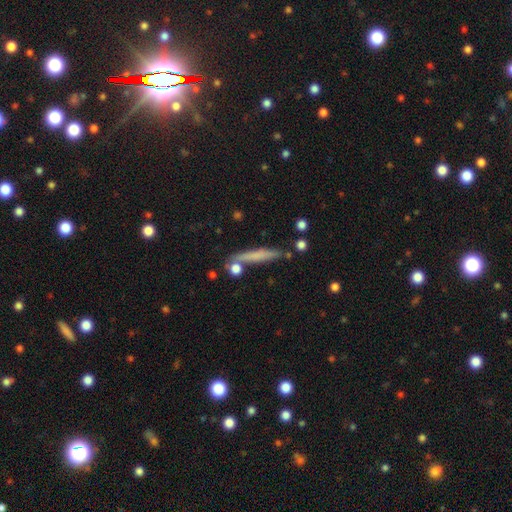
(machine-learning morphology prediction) This is possibly a smooth galaxy (60%). How rounded: clearly cigar-shaped (93%). Merging: likely none (77%).